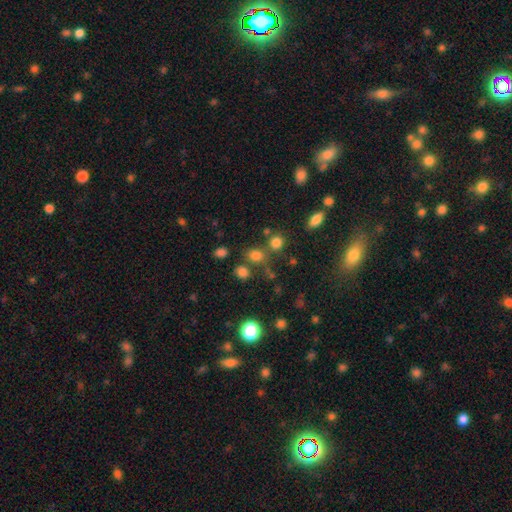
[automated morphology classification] smooth 76%, star or artifact 18%, featured or disk 6%. Down the decision tree: how rounded — round (62%); merging — none (67%).